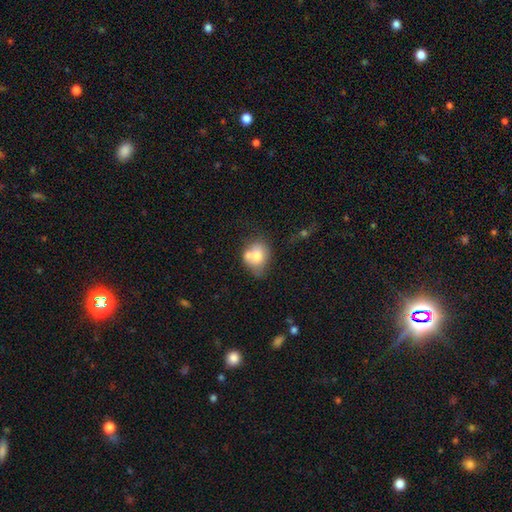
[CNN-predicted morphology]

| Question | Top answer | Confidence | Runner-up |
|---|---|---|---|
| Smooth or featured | smooth | 70% | featured or disk (22%) |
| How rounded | round | 55% | in between (44%) |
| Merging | merger | 39% | none (38%) |